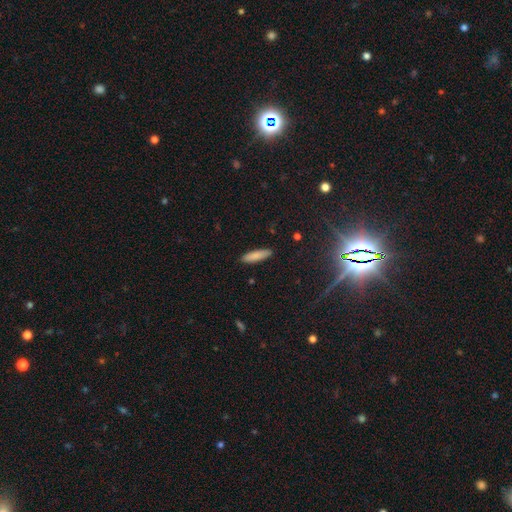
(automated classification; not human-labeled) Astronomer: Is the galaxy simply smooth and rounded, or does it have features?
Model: smooth — 85%.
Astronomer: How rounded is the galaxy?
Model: cigar-shaped — 66%.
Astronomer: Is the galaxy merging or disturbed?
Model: none — 89%.